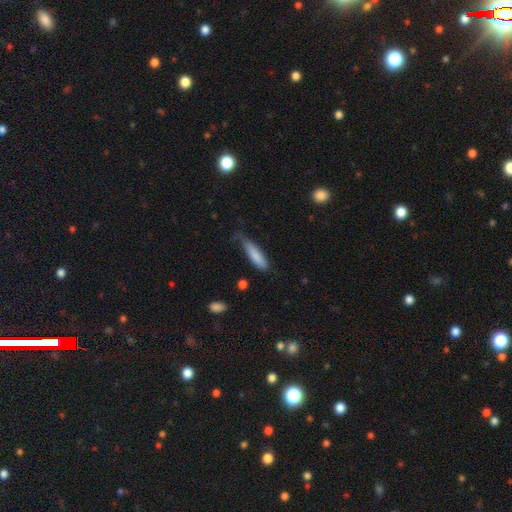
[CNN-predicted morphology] This appears to be a smooth galaxy with no disk features (82%) that is cigar-shaped (68%). Merging: none (43%).